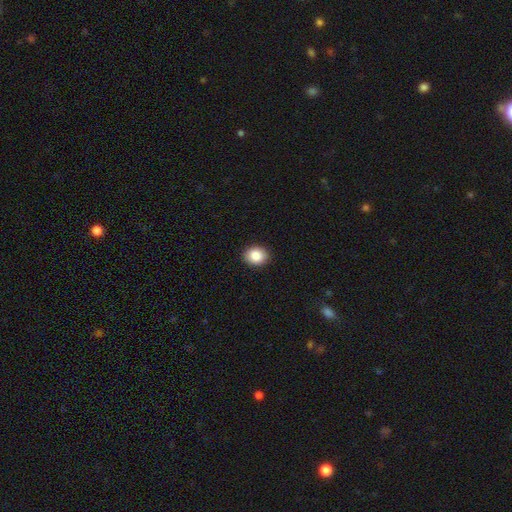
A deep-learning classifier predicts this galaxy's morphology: smooth_or_featured: smooth (p=0.87) [alt: star or artifact p=0.09]
how_rounded: round (p=0.65) [alt: in between p=0.35]
merging: none (p=0.91) [alt: minor disturbance p=0.06]